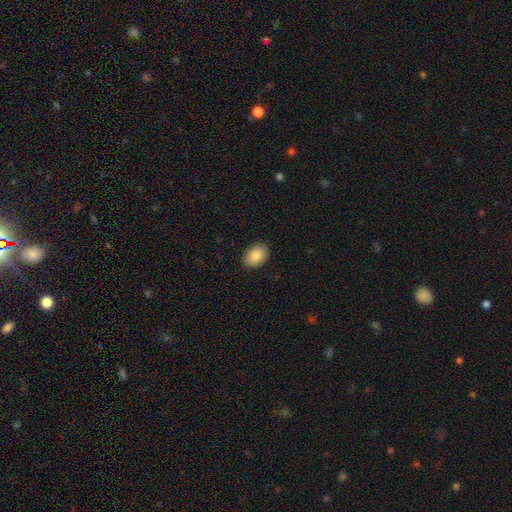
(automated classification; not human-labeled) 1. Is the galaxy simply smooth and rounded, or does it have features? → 87% smooth, 7% star or artifact, 7% featured or disk.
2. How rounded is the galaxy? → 85% in between, 14% round, 1% cigar-shaped.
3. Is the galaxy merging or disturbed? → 89% none, 8% minor disturbance, 2% major disturbance, 1% merger.